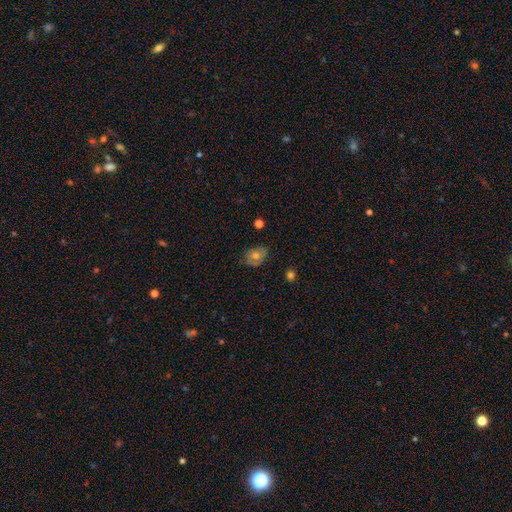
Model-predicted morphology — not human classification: The model was most divided on "smooth or featured": smooth: 49%, featured or disk: 38%, star or artifact: 12%. More confident: merging — none (73%).